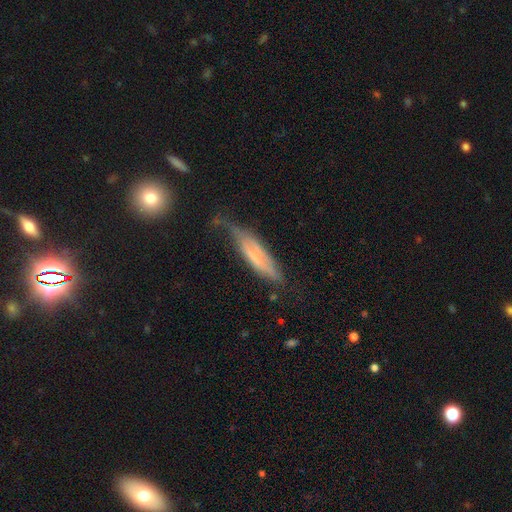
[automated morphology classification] Overall: featured or disk (56%; smooth 37%). Edge-on disk: yes (59%; no 41%). Merging: none (41%; minor disturbance 35%).